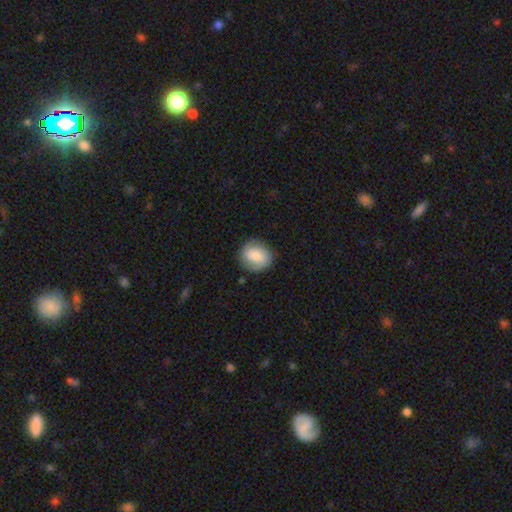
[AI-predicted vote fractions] smooth-or-featured: smooth: 61% | featured or disk: 31% | star or artifact: 7%
  how-rounded: round: 74% | in between: 25% | cigar-shaped: 1%
  merging: none: 81% | minor disturbance: 14% | major disturbance: 4% | merger: 1%